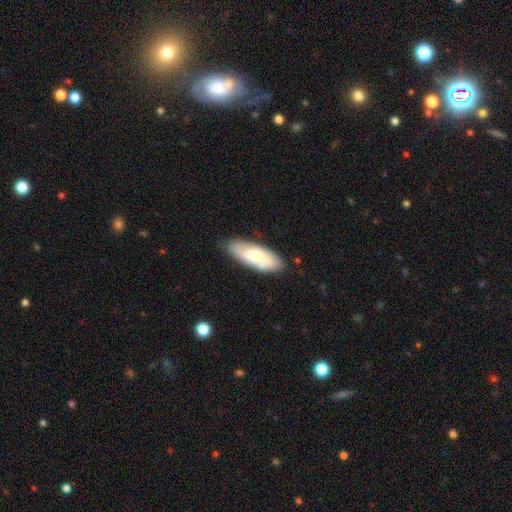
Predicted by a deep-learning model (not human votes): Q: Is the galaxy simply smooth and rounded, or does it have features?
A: smooth — 60%.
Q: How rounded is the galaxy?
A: in between — 70%.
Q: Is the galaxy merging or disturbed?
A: none — 76%.